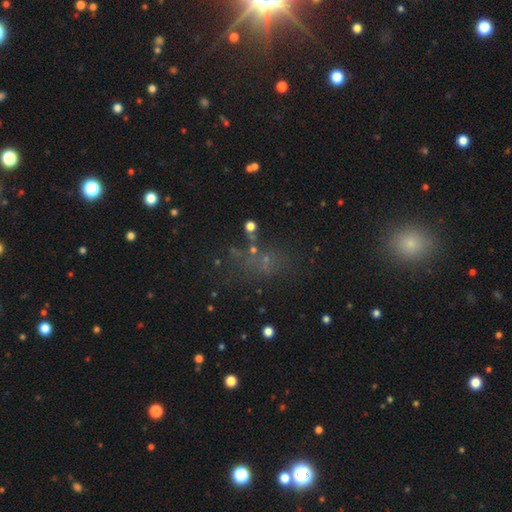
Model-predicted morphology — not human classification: Smooth or featured? star or artifact (43%)